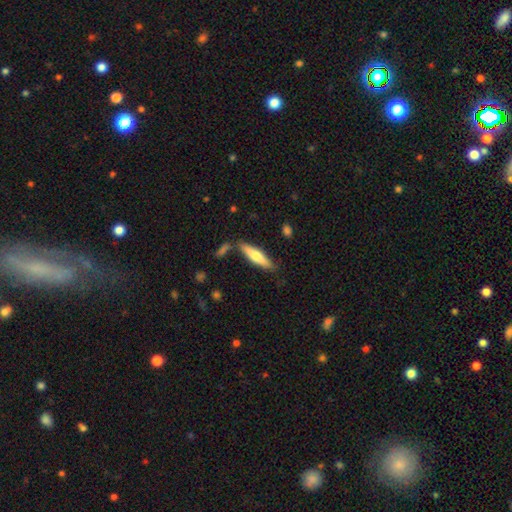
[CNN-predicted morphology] Overall: smooth (60%; featured or disk 34%). How rounded: cigar-shaped (77%). Merging: none (79%).